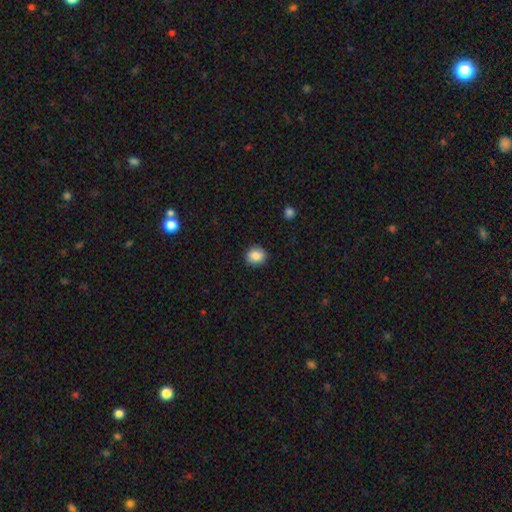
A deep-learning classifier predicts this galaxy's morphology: Smooth or featured?
  - smooth: 86% *
  - star or artifact: 9%
  - featured or disk: 5%
How rounded?
  - round: 75% *
  - in between: 24%
  - cigar-shaped: 1%
Merging?
  - none: 88% *
  - minor disturbance: 8%
  - major disturbance: 2%
  - merger: 1%